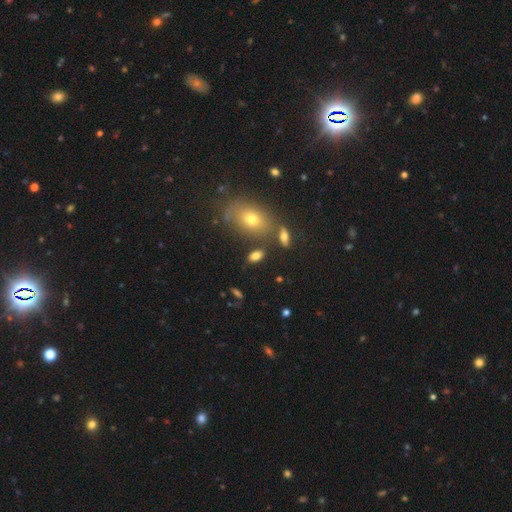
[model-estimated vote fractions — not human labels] Q: Smooth or featured?
A: smooth (75%); runner-up: featured or disk (14%)
Q: How rounded?
A: in between (86%); runner-up: round (8%)
Q: Merging?
A: none (71%); runner-up: minor disturbance (13%)